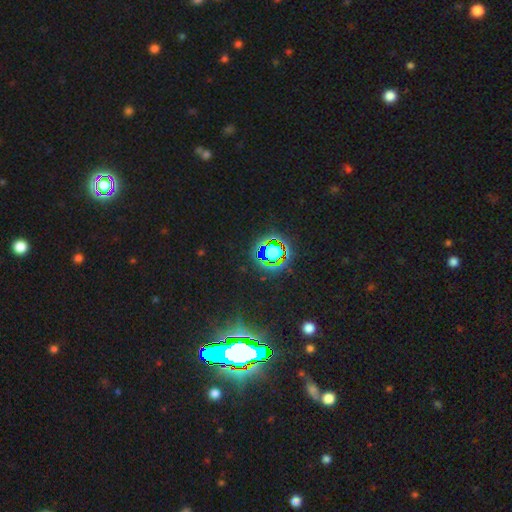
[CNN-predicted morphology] The model was most divided on "smooth or featured": star or artifact: 84%, smooth: 9%, featured or disk: 7%.